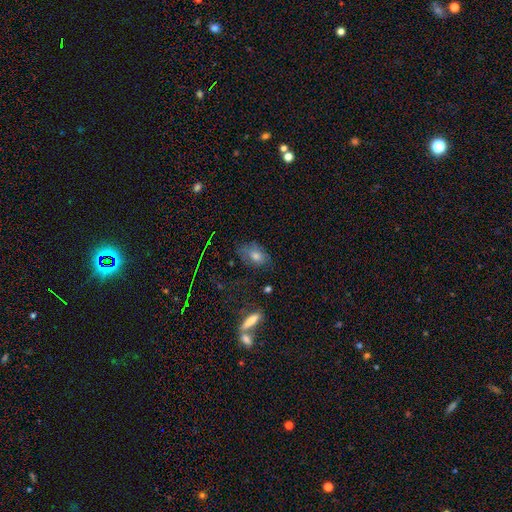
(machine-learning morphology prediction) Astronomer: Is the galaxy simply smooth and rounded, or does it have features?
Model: smooth — 60%.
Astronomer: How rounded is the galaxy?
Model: in between — 83%.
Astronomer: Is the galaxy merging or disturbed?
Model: none — 61%.